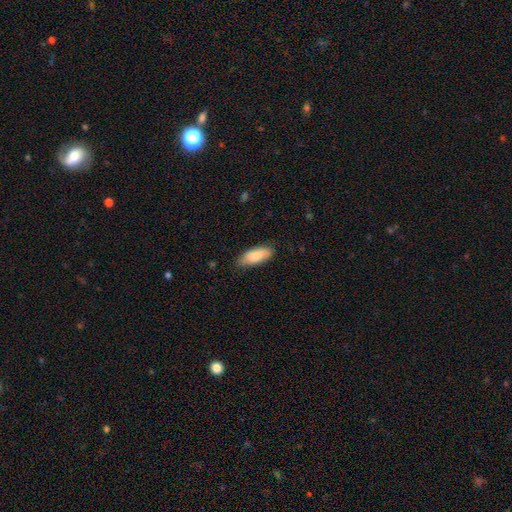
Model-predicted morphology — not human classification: The model was most divided on "how rounded": in between: 79%, cigar-shaped: 20%, round: 2%. More confident: smooth or featured — smooth (85%); merging — none (78%).